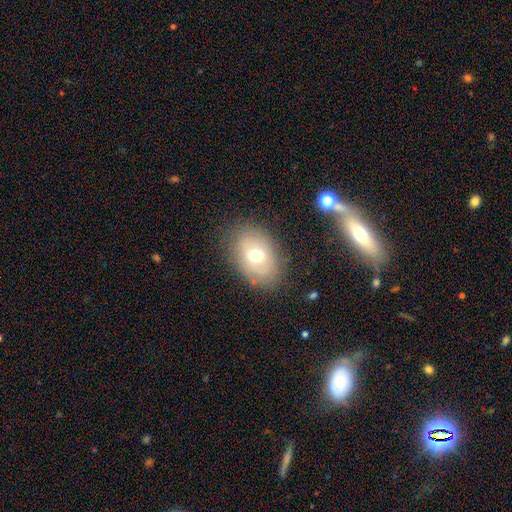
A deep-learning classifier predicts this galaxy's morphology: Overall: smooth (66%). How rounded: in between (78%). Merging: none (81%).